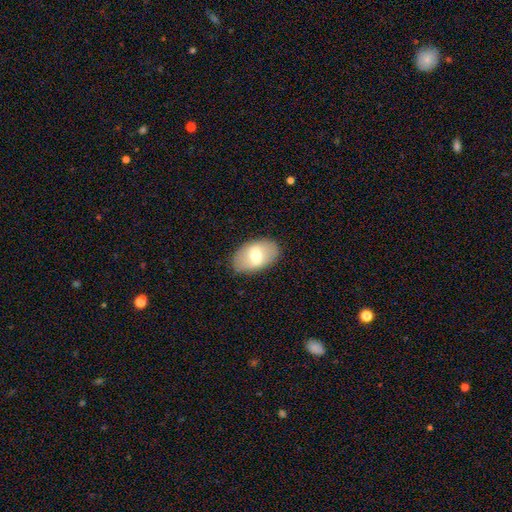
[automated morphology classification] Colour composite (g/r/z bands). It shows a smooth galaxy with no disk features (57%) that is in between round and cigar-shaped (90%). Merging: none (85%).